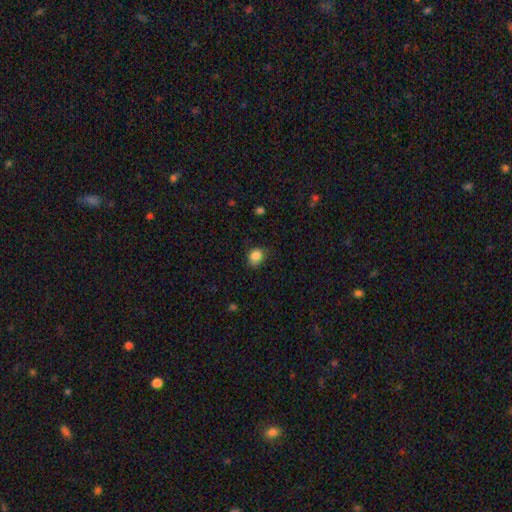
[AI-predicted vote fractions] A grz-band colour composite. It shows a smooth galaxy with no disk features (85%) that is round (55%). Merging: none (69%).